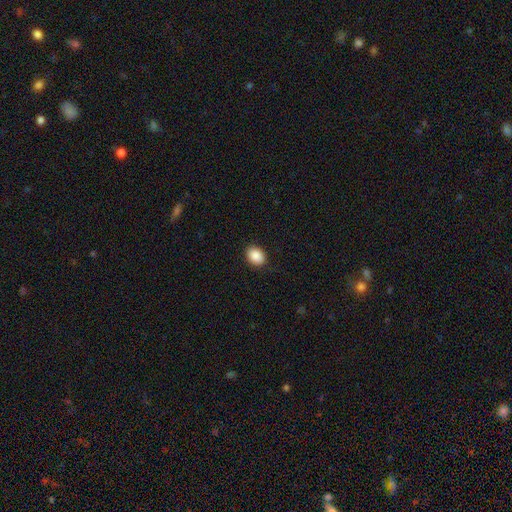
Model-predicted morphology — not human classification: Overall: smooth (89%). How rounded: in between (66%; round 33%). Merging: none (88%).